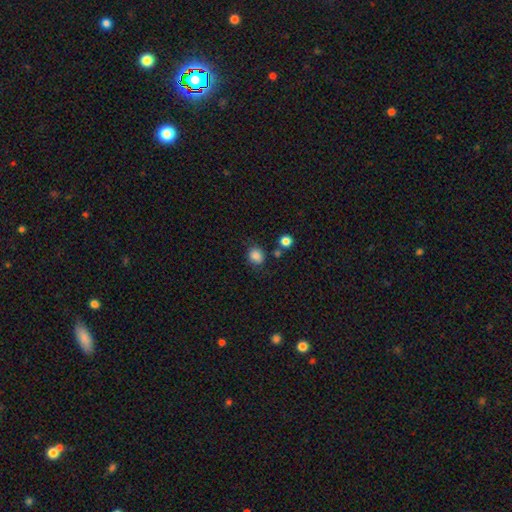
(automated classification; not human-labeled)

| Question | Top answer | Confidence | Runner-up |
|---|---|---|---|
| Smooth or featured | smooth | 85% | star or artifact (11%) |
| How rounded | round | 75% | in between (24%) |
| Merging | none | 77% | minor disturbance (13%) |